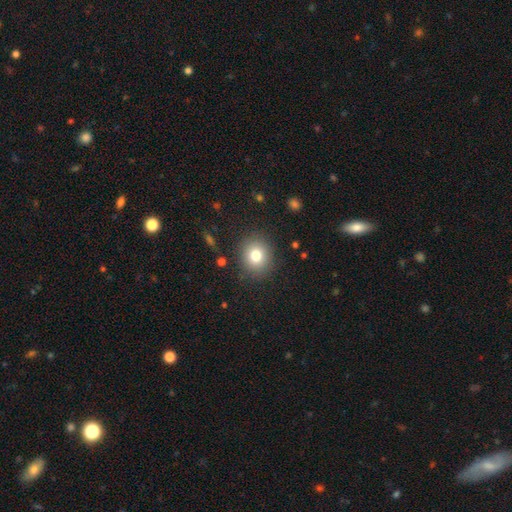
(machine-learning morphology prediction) Q: Smooth or featured?
A: smooth (78%); runner-up: star or artifact (12%)
Q: How rounded?
A: round (78%); runner-up: in between (21%)
Q: Merging?
A: none (87%); runner-up: minor disturbance (8%)